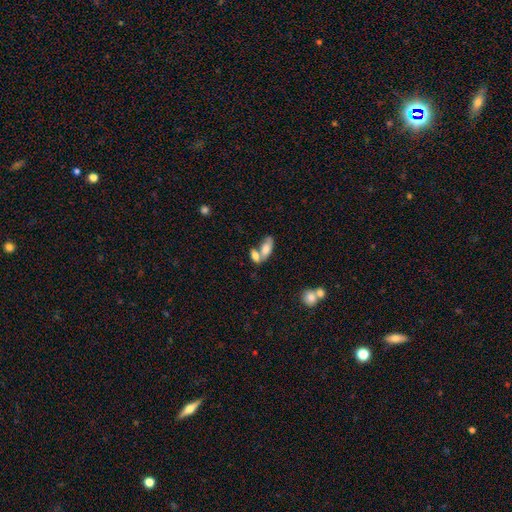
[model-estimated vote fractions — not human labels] This is likely a smooth galaxy (73%). How rounded: clearly in between (84%). Merging: possibly merger (58%).